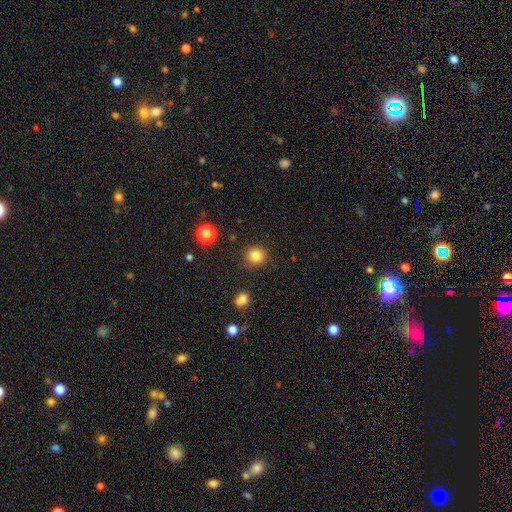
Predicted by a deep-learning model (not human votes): Morphology: type=smooth (83%); roundness=round (92%); merging=none (87%).